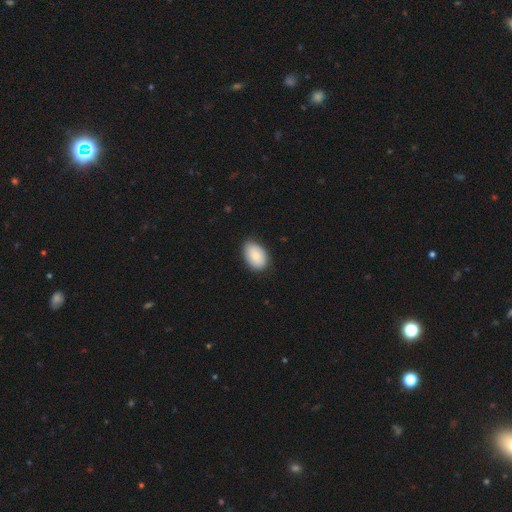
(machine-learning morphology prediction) Smooth or featured? Predicted: smooth (p=0.82). How rounded? Predicted: in between (p=0.87). Merging? Predicted: none (p=0.83).